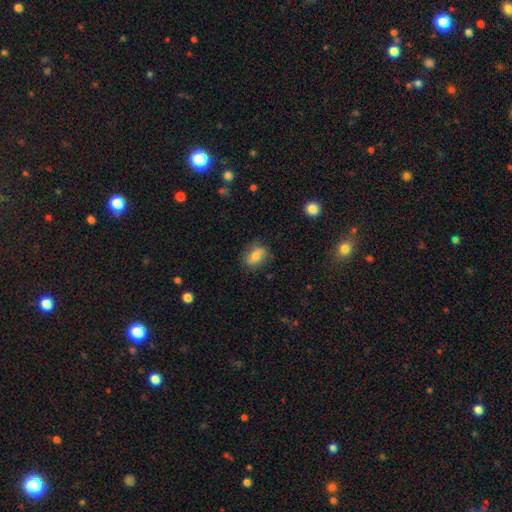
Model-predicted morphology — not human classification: Overall: smooth (72%). How rounded: in between (74%). Merging: none (76%).